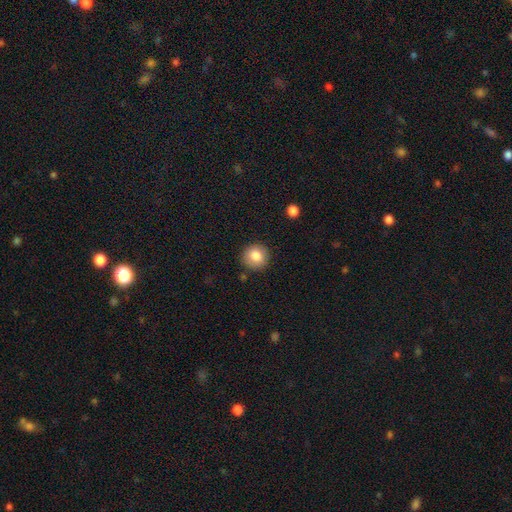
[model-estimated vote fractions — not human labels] A smooth galaxy with no disk features (83%) that is round (92%).

Vote fractions:
- Smooth or featured? smooth: 83% / star or artifact: 9% / featured or disk: 8%
- How rounded? round: 92% / in between: 7% / cigar-shaped: 1%
- Merging? none: 88% / minor disturbance: 8% / major disturbance: 2% / merger: 2%